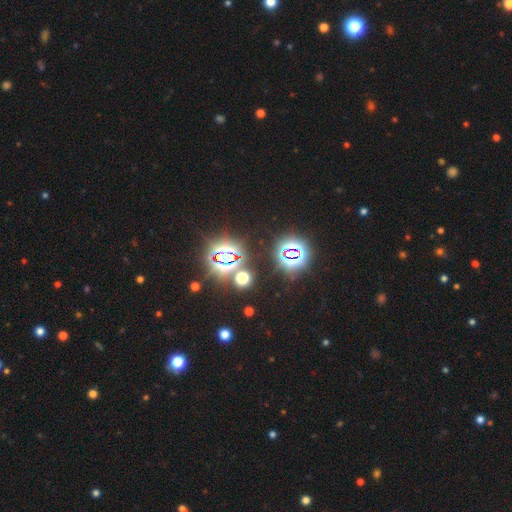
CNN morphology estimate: Smooth or featured?
  - star or artifact: 76% *
  - smooth: 18%
  - featured or disk: 6%